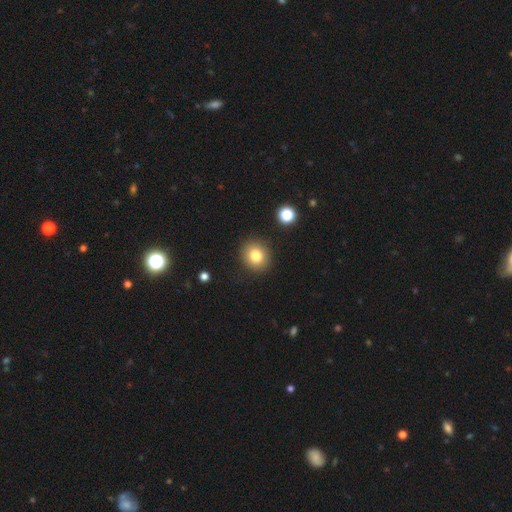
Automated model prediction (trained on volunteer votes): Smooth or featured? smooth (82%)
How rounded? round (80%)
Merging? none (88%)